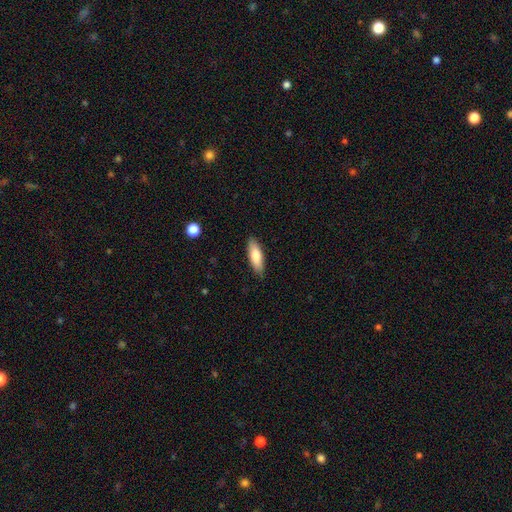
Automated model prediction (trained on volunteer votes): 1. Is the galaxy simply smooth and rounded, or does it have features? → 78% smooth, 16% featured or disk, 6% star or artifact.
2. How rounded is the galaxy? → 60% in between, 38% cigar-shaped, 2% round.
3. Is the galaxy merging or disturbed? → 85% none, 12% minor disturbance, 2% major disturbance, 1% merger.